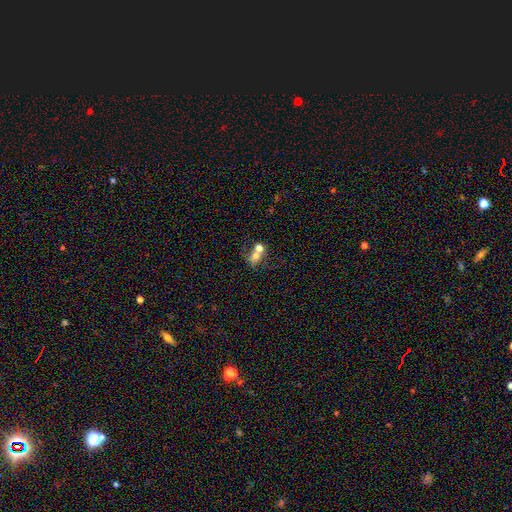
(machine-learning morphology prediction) smooth-or-featured: smooth: 57% | featured or disk: 28% | star or artifact: 15%
  how-rounded: in between: 53% | round: 44% | cigar-shaped: 3%
  merging: merger: 62% | none: 21% | major disturbance: 9% | minor disturbance: 8%